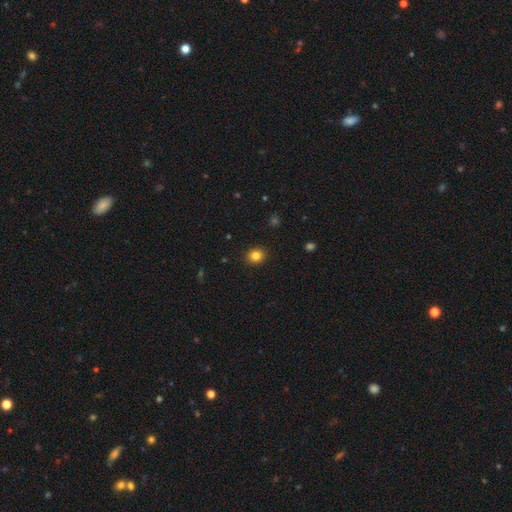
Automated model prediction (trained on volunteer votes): This appears to be a smooth galaxy with no disk features (83%) that is round (77%). Merging: none (92%).